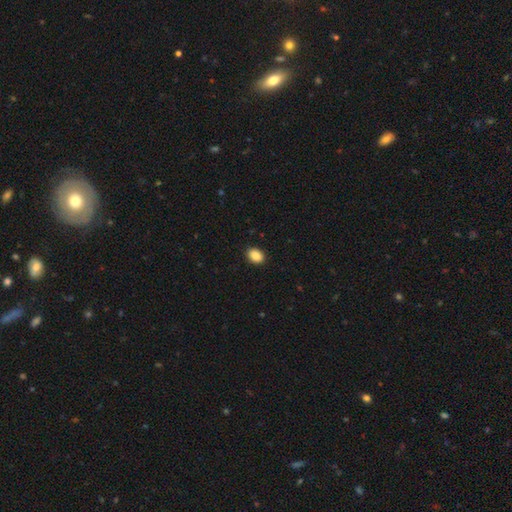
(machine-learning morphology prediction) smooth 89%, star or artifact 8%, featured or disk 3%. Down the decision tree: how rounded — in between (78%); merging — none (90%).